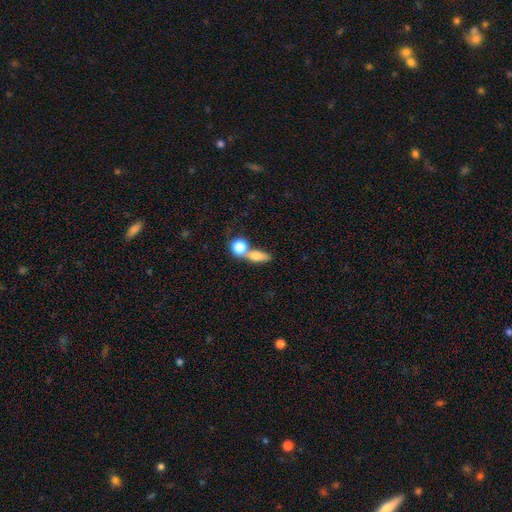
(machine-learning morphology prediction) Overall: smooth (75%). How rounded: in between (52%; round 31%). Merging: merger (53%; none 32%).